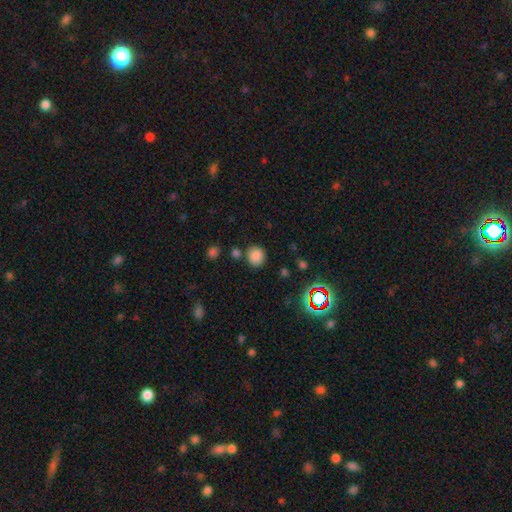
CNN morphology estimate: Q: Smooth or featured?
A: smooth (81%); runner-up: star or artifact (14%)
Q: How rounded?
A: round (80%); runner-up: in between (19%)
Q: Merging?
A: none (78%); runner-up: minor disturbance (11%)